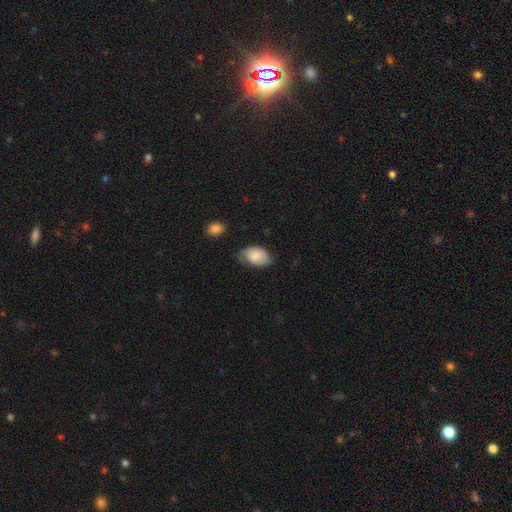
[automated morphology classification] Overall: smooth (82%). How rounded: in between (89%). Merging: none (49%; minor disturbance 38%).